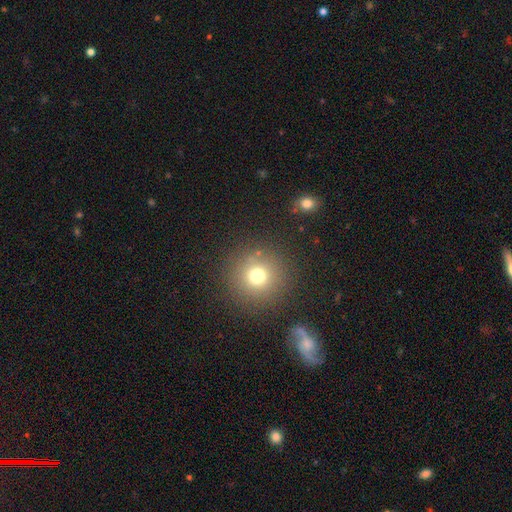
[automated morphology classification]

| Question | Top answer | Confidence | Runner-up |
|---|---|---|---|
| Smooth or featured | smooth | 60% | star or artifact (31%) |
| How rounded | round | 93% | in between (6%) |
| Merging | none | 87% | minor disturbance (6%) |